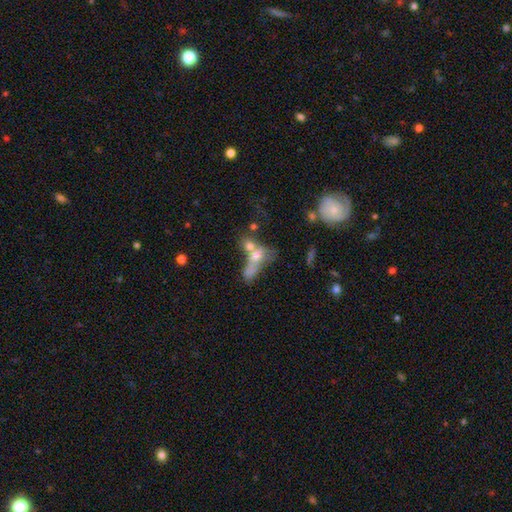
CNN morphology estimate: Smooth or featured: smooth — 55% (featured or disk — 33%)
How rounded: in between — 61% (round — 23%)
Merging: merger — 65% (none — 14%)